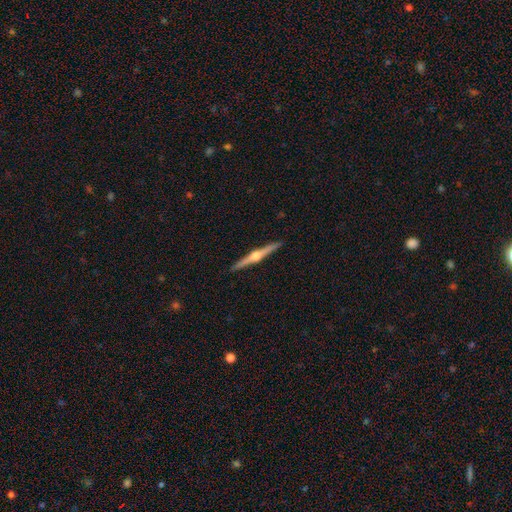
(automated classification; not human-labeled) Smooth or featured? featured or disk (83%)
Edge-on disk? yes (99%)
Edge-on bulge? rounded (95%)
Merging? none (93%)